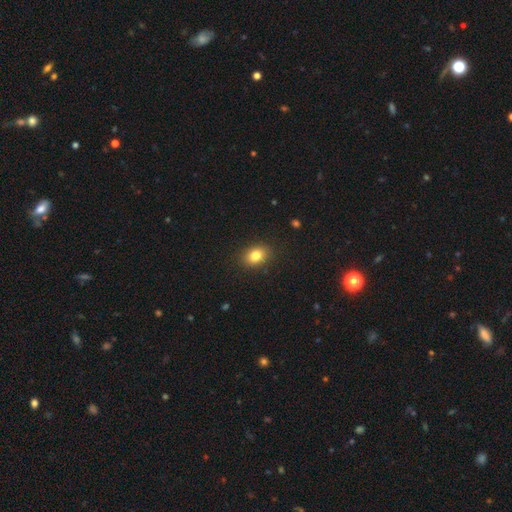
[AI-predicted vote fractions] Overall: smooth (82%). How rounded: in between (67%; round 32%). Merging: none (88%).